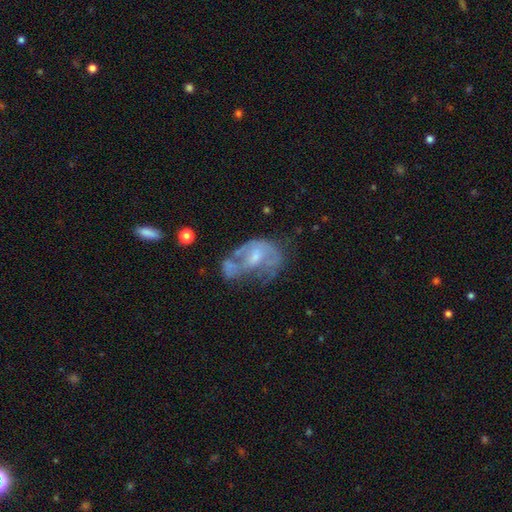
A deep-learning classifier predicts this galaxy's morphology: A featured or disk galaxy (67%) with no bar (59%), spiral arms (51%) and a small central bulge (45%). Merging: major disturbance (35%).